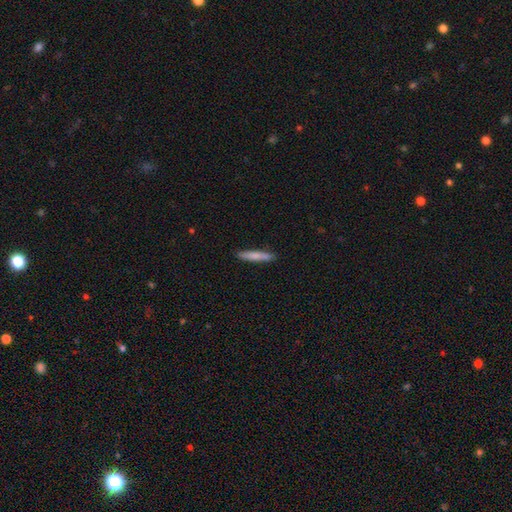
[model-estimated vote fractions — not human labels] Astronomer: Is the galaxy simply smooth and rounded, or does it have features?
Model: smooth — 76%.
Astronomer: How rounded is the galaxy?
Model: cigar-shaped — 92%.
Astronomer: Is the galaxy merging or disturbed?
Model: none — 88%.